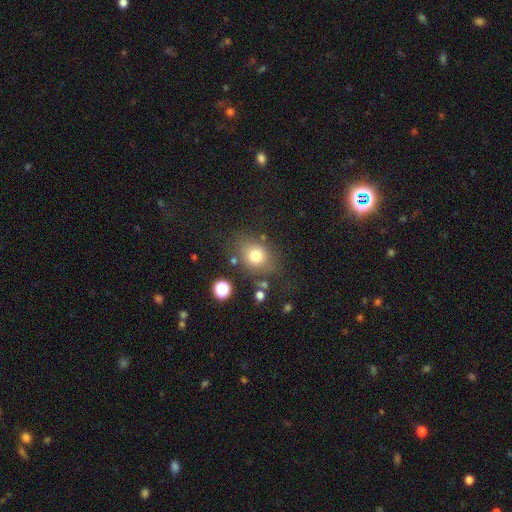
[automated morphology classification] The model was most divided on "how rounded": round: 50%, in between: 49%, cigar-shaped: 1%. More confident: smooth or featured — smooth (76%); merging — none (71%).